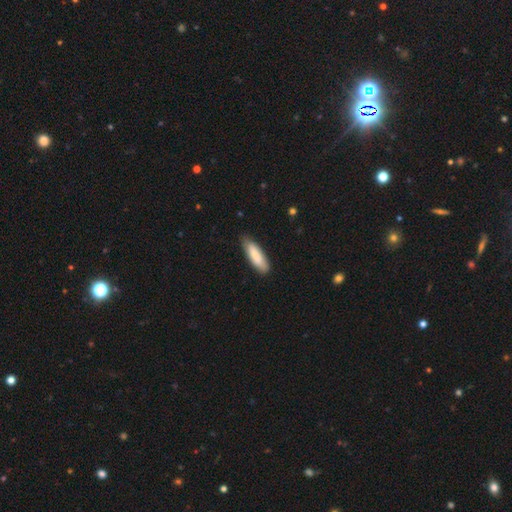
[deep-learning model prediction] A smooth galaxy with no disk features (85%) that is cigar-shaped (55%). Merging: none (81%).